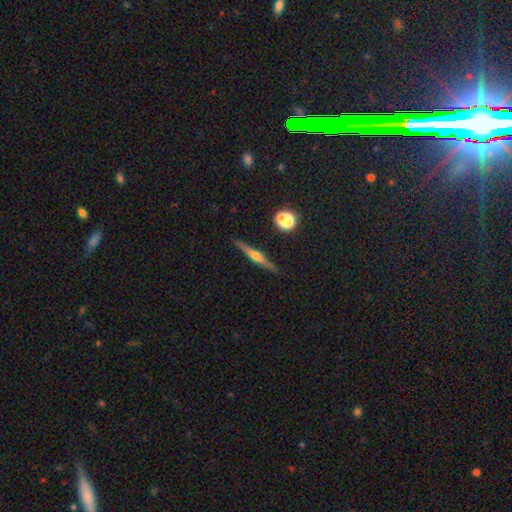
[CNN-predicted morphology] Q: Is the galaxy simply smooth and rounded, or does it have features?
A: featured or disk — 73%.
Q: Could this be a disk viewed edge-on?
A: yes — 98%.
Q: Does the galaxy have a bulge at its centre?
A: rounded — 87%.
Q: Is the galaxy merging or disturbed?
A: none — 90%.